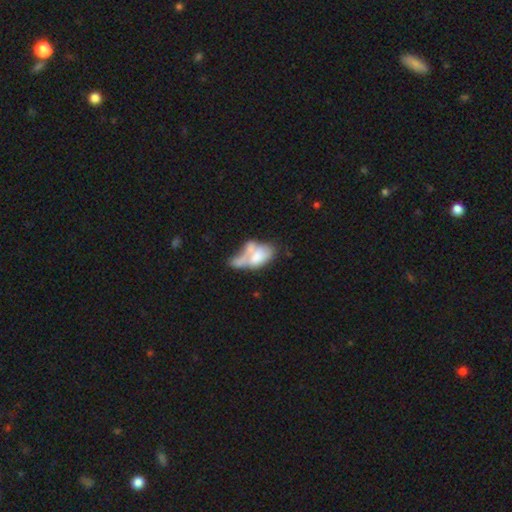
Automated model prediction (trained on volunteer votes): A smooth galaxy with no disk features (57%) that is in between round and cigar-shaped (88%). Merging: merger (55%).